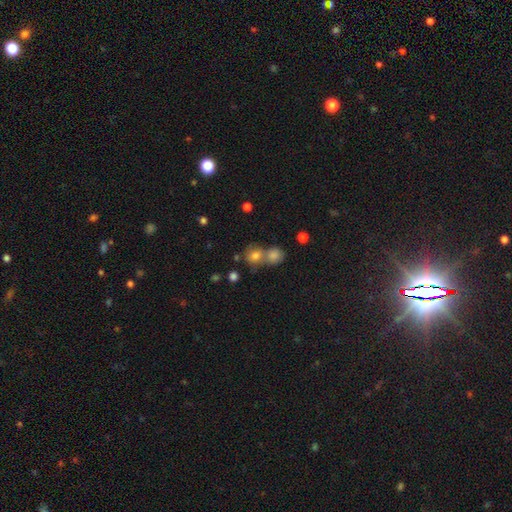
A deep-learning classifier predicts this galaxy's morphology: This is likely a smooth galaxy (76%). How rounded: likely round (73%). Merging: possibly merger (48%).